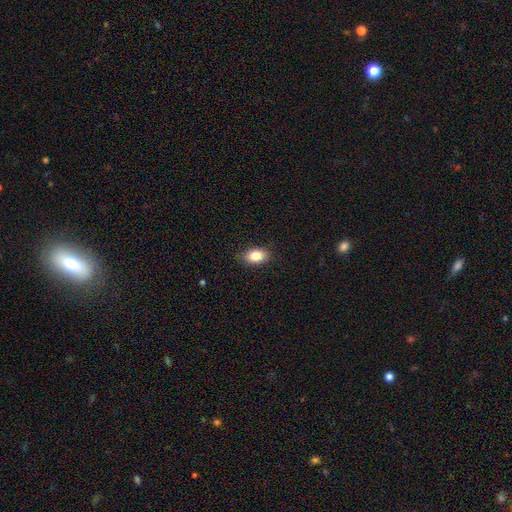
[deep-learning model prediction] A smooth galaxy with no disk features (83%) that is in between round and cigar-shaped (88%). Merging: none (87%).